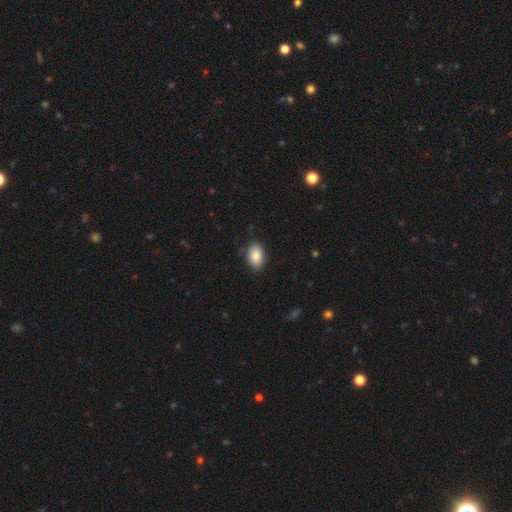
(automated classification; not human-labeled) Q: Smooth or featured?
A: smooth (86%); runner-up: star or artifact (7%)
Q: How rounded?
A: in between (90%); runner-up: round (9%)
Q: Merging?
A: none (84%); runner-up: minor disturbance (13%)